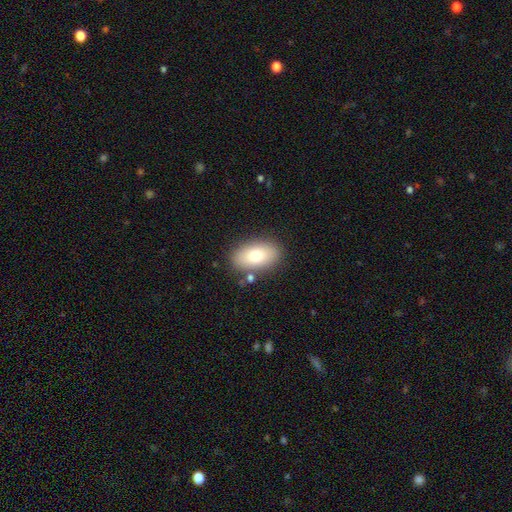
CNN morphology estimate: Smooth or featured? smooth (77%)
How rounded? in between (92%)
Merging? none (81%)